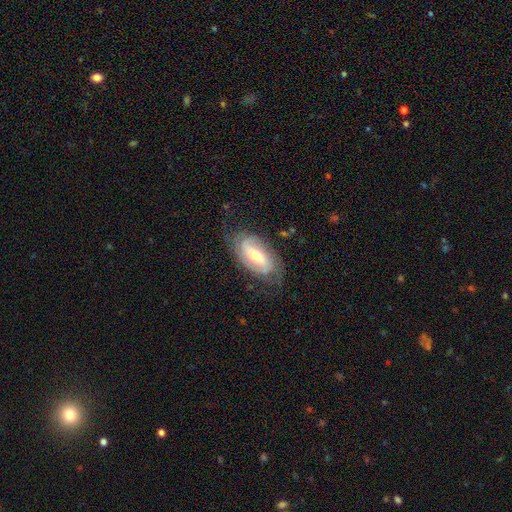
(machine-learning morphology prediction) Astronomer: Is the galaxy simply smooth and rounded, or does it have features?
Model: featured or disk — 70%.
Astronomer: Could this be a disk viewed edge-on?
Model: no — 92%.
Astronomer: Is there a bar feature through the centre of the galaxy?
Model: weak — 41% (runner-up: strong, 31%).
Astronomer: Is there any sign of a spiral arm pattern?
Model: yes — 88%.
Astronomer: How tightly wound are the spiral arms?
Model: tight — 39% (runner-up: medium, 38%).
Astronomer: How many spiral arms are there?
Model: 2 — 72%.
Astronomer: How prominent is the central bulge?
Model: moderate — 54% (runner-up: small, 38%).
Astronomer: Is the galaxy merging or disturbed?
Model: none — 72%.